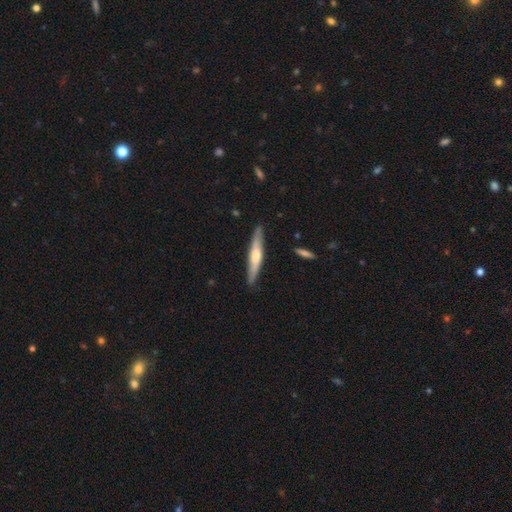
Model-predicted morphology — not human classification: type=featured or disk (57%); edge-on=yes (93%); edge-on bulge=rounded (77%); merging=none (87%).